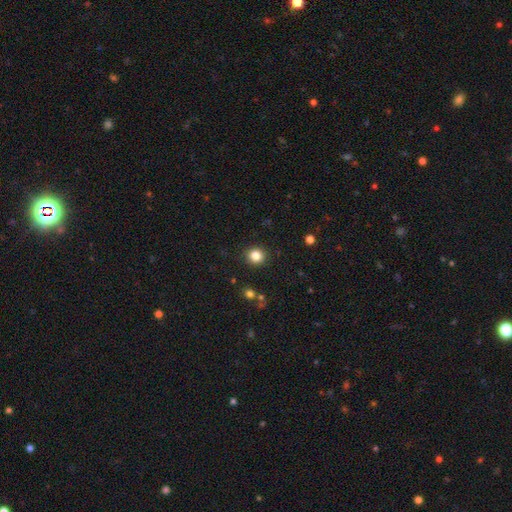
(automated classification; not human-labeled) Q: Smooth or featured?
A: smooth (83%); runner-up: star or artifact (11%)
Q: How rounded?
A: round (86%); runner-up: in between (13%)
Q: Merging?
A: none (91%); runner-up: minor disturbance (6%)